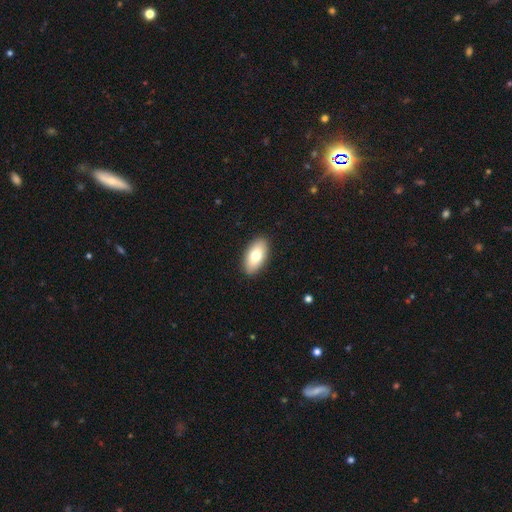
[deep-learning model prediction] Smooth or featured? smooth (75%)
How rounded? in between (92%)
Merging? none (90%)